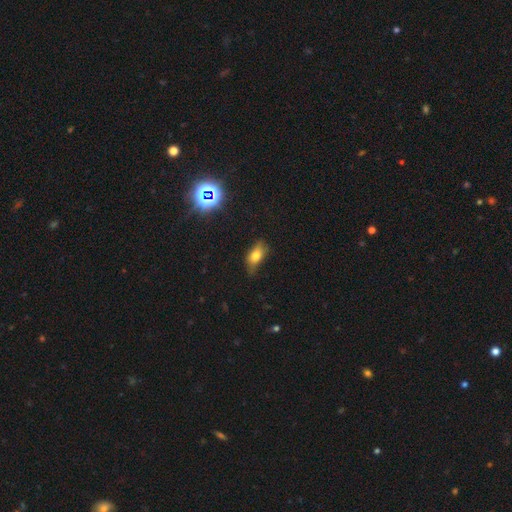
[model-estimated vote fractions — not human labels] Overall: smooth (71%). How rounded: in between (84%). Merging: none (59%; minor disturbance 31%).